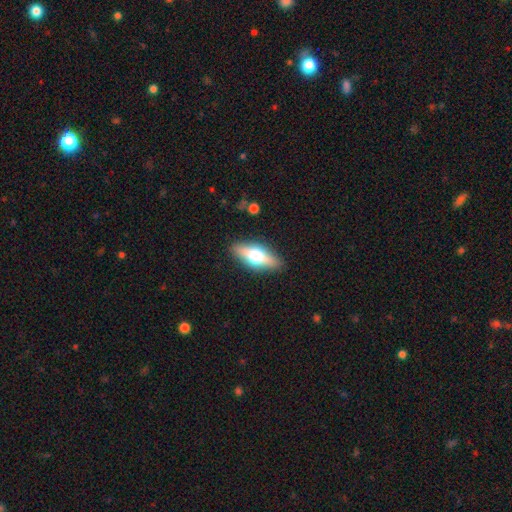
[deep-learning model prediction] Smooth or featured? featured or disk (49%)
Merging? none (87%)